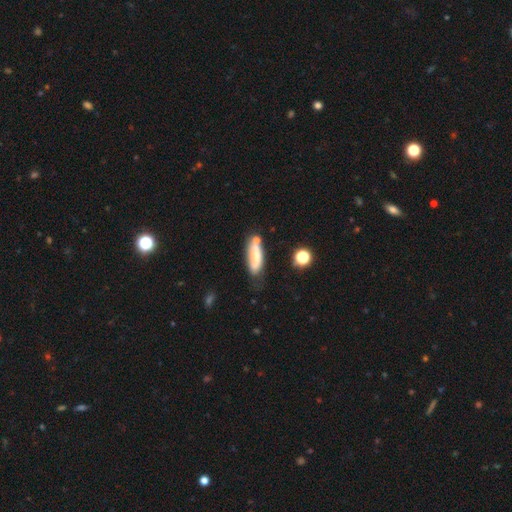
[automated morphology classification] Overall: smooth (65%; featured or disk 26%). How rounded: in between (56%; cigar-shaped 42%). Merging: none (49%; minor disturbance 26%).